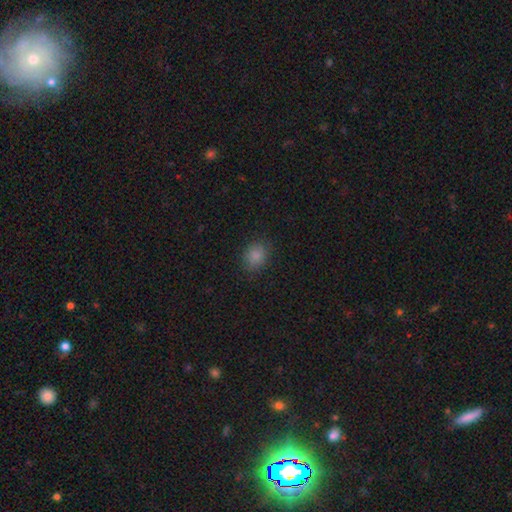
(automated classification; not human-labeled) Q: Smooth or featured?
A: smooth (84%); runner-up: star or artifact (11%)
Q: How rounded?
A: round (58%); runner-up: in between (41%)
Q: Merging?
A: none (85%); runner-up: minor disturbance (11%)